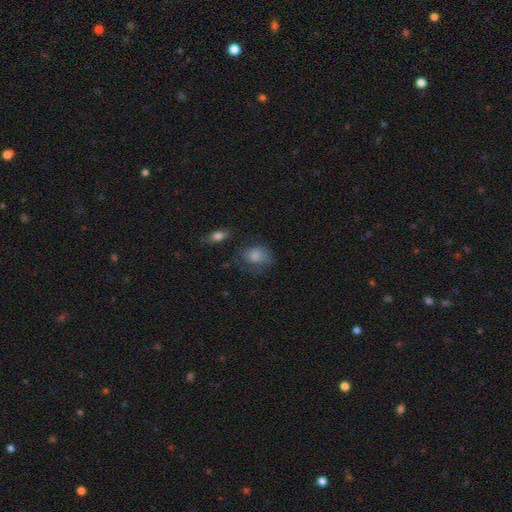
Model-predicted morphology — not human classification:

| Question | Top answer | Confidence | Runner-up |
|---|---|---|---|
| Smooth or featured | smooth | 79% | featured or disk (12%) |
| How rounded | in between | 52% | round (47%) |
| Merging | none | 51% | minor disturbance (28%) |